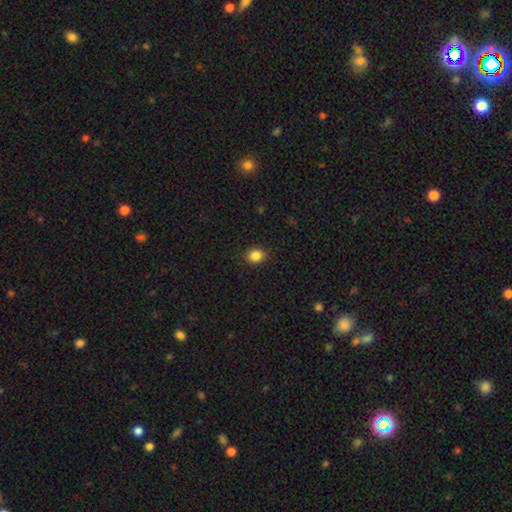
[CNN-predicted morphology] The model was most divided on "how rounded": round: 70%, in between: 29%, cigar-shaped: 1%. More confident: merging — none (89%); smooth or featured — smooth (86%).